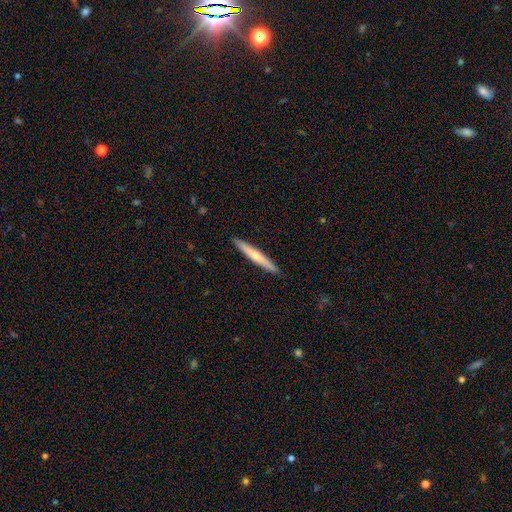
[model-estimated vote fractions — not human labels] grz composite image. It shows a smooth galaxy with no disk features (57%) that is cigar-shaped (96%). Merging: none (92%).